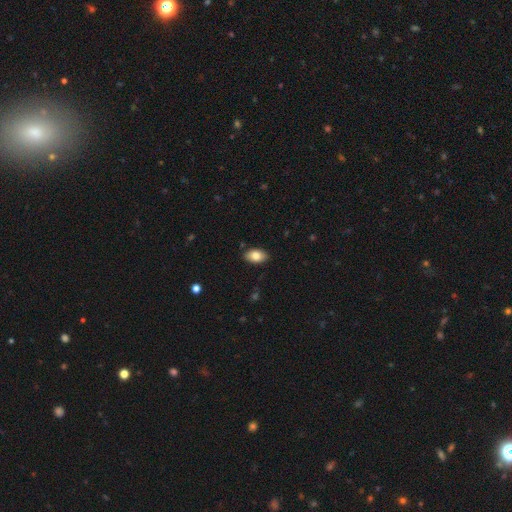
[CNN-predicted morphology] Q: Smooth or featured?
A: smooth (83%); runner-up: featured or disk (10%)
Q: How rounded?
A: in between (92%); runner-up: round (6%)
Q: Merging?
A: none (88%); runner-up: minor disturbance (9%)